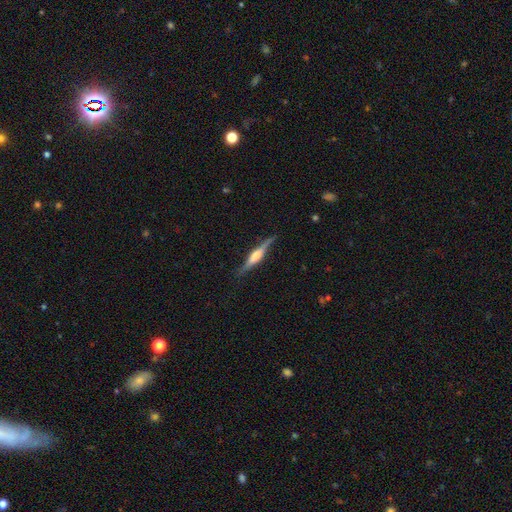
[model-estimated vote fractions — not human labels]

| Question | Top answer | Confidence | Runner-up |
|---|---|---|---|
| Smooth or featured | featured or disk | 72% | smooth (23%) |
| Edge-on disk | yes | 97% | no (3%) |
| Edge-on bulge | rounded | 78% | boxy (17%) |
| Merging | none | 83% | minor disturbance (12%) |